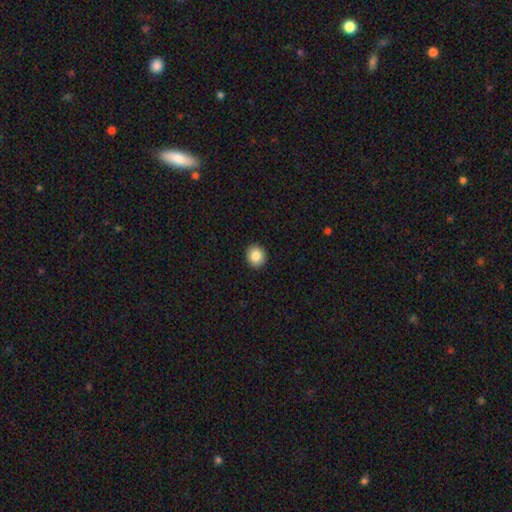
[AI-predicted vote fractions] Smooth or featured?
  - smooth: 86% *
  - star or artifact: 8%
  - featured or disk: 6%
How rounded?
  - round: 76% *
  - in between: 23%
  - cigar-shaped: 1%
Merging?
  - none: 92% *
  - minor disturbance: 5%
  - major disturbance: 2%
  - merger: 1%